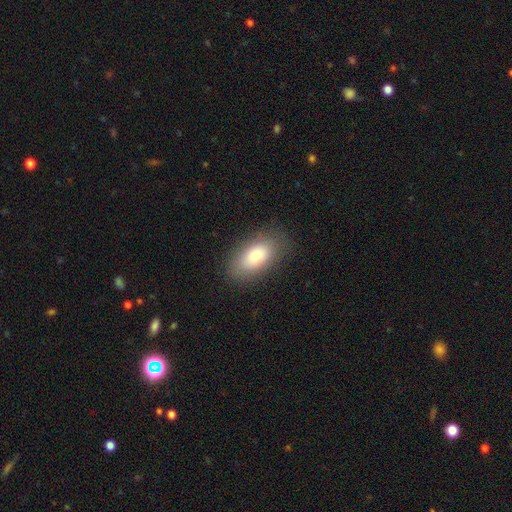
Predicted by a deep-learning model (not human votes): This is likely a smooth galaxy (77%). How rounded: clearly in between (91%). Merging: clearly none (84%).